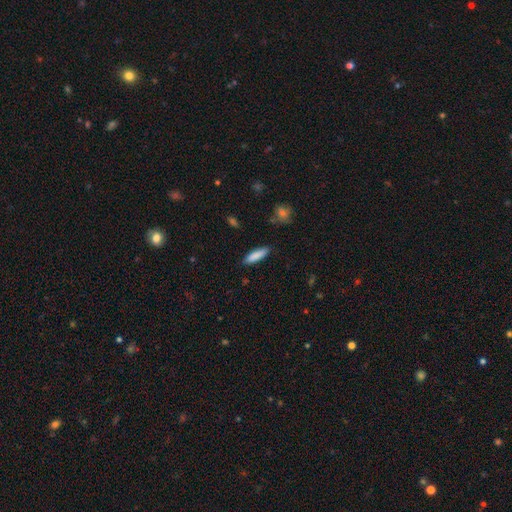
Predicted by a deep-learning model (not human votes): A smooth galaxy with no disk features (85%) that is cigar-shaped (63%).

Vote fractions:
- Smooth or featured? smooth: 85% / featured or disk: 9% / star or artifact: 6%
- How rounded? cigar-shaped: 63% / in between: 36% / round: 1%
- Merging? none: 87% / minor disturbance: 9% / major disturbance: 2% / merger: 1%